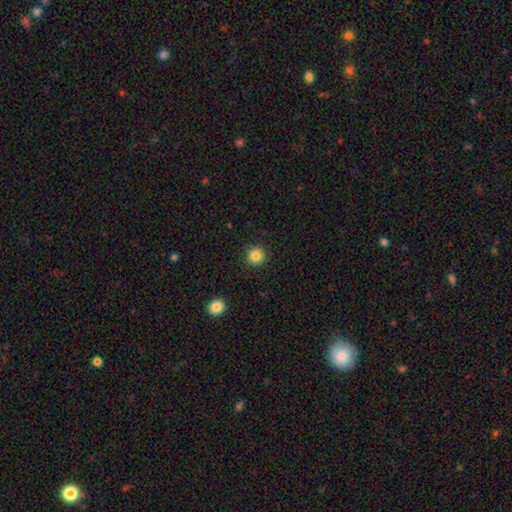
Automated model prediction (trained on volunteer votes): Smooth or featured?
  - smooth: 85% *
  - star or artifact: 10%
  - featured or disk: 5%
How rounded?
  - round: 95% *
  - in between: 4%
  - cigar-shaped: 1%
Merging?
  - none: 92% *
  - minor disturbance: 5%
  - major disturbance: 2%
  - merger: 1%